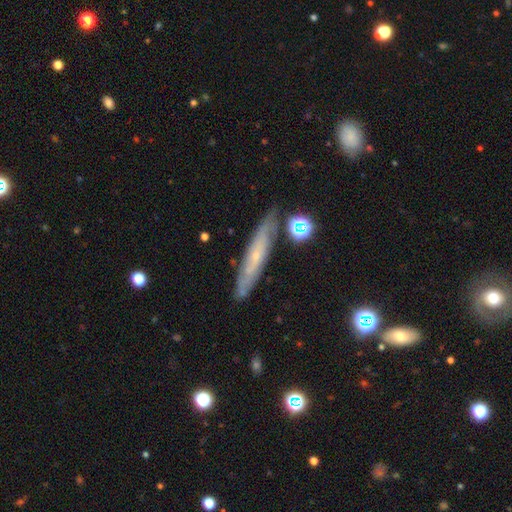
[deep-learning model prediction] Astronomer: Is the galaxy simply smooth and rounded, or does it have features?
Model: featured or disk — 58% (runner-up: smooth, 34%).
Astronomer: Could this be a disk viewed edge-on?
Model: yes — 68%.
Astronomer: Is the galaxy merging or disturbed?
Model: none — 79%.